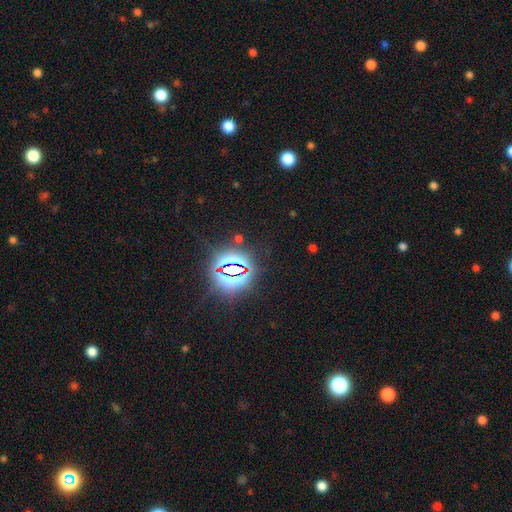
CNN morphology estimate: Smooth or featured? star or artifact (83%)